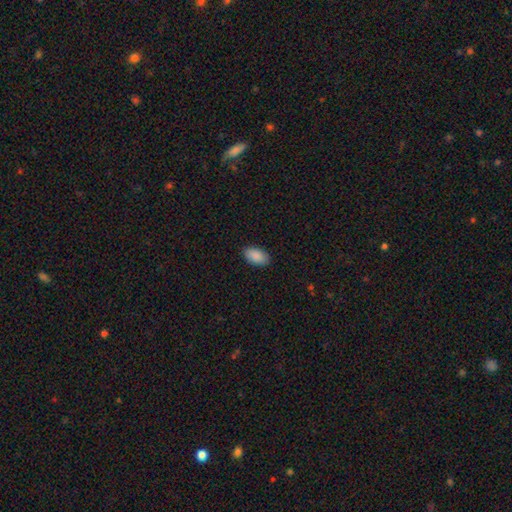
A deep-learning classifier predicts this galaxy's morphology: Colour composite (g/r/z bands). It shows a smooth galaxy with no disk features (90%) that is in between round and cigar-shaped (95%). Merging: none (89%).